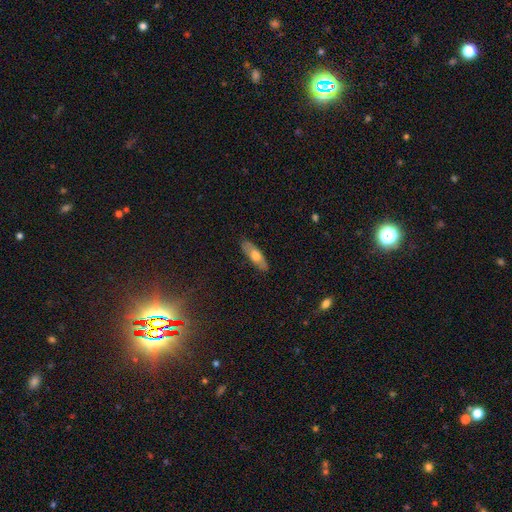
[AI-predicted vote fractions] A smooth galaxy with no disk features (57%) that is cigar-shaped (49%, tied with in between). Merging: none (84%).